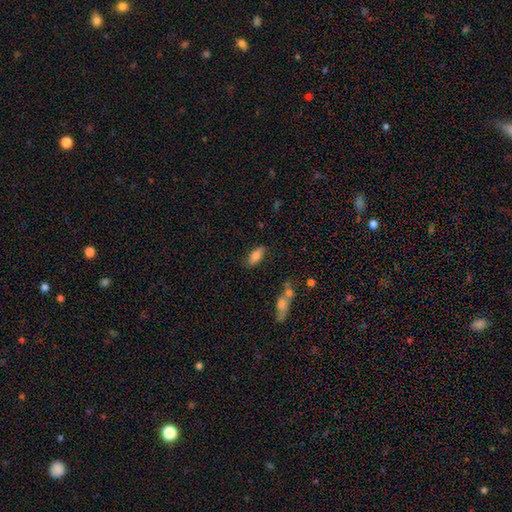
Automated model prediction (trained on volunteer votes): Smooth or featured: smooth — 82% (featured or disk — 10%)
How rounded: in between — 85% (cigar-shaped — 13%)
Merging: none — 79% (minor disturbance — 13%)